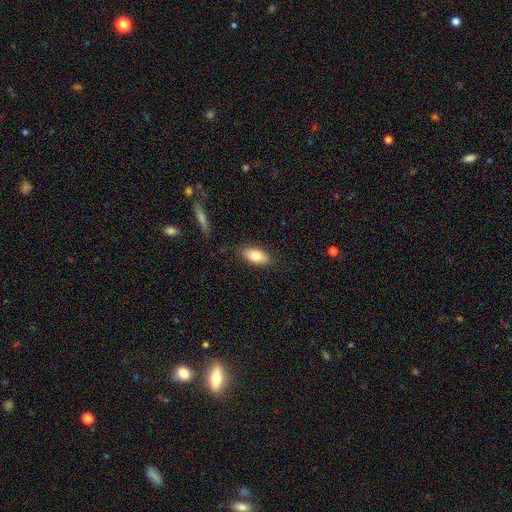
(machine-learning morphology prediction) Smooth or featured? Predicted: smooth (p=0.78). How rounded? Predicted: in between (p=0.88). Merging? Predicted: none (p=0.84).